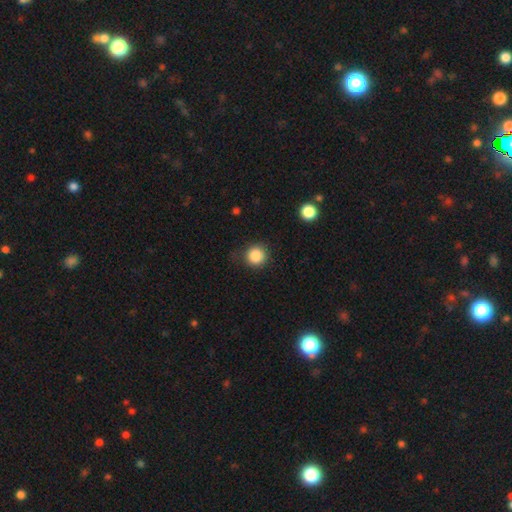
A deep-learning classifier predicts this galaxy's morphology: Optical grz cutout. It shows a smooth galaxy with no disk features (86%) that is round (92%). Merging: none (80%).